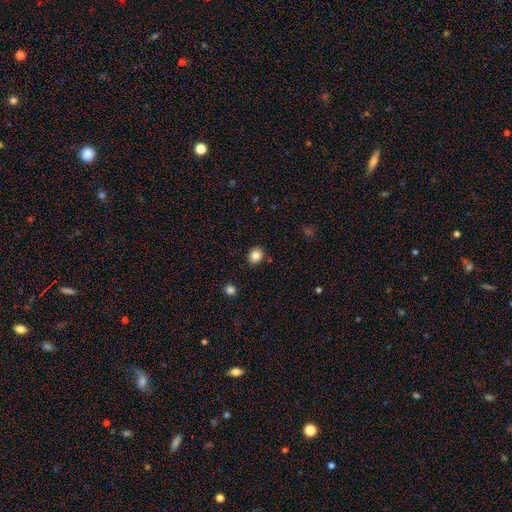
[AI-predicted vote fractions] This is clearly a smooth galaxy (84%). How rounded: likely round (72%). Merging: clearly none (88%).